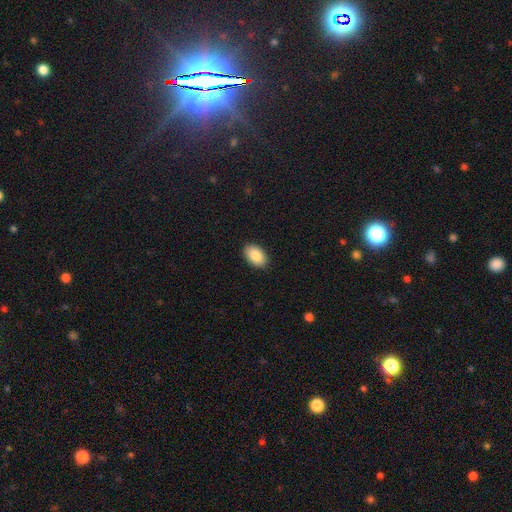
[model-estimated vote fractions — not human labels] This is clearly a smooth galaxy (86%). How rounded: clearly in between (92%). Merging: clearly none (90%).